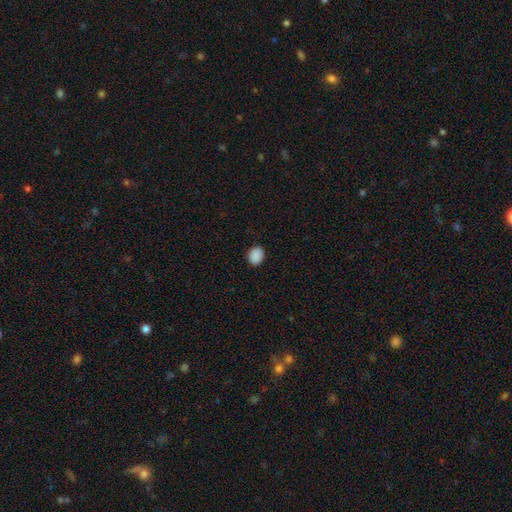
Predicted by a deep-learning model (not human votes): Smooth or featured: smooth — 89% (star or artifact — 9%)
How rounded: round — 56% (in between — 43%)
Merging: none — 90% (minor disturbance — 8%)